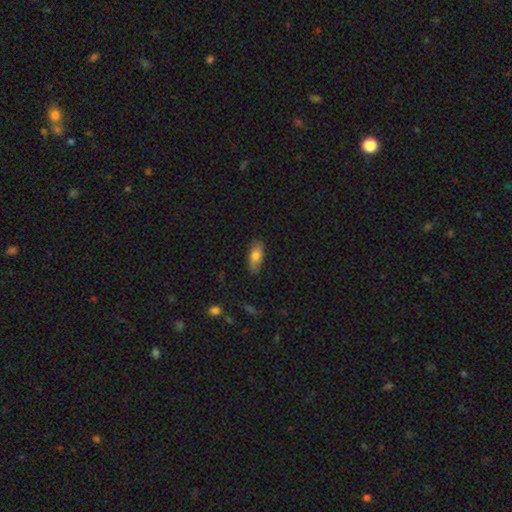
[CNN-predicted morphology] Smooth or featured?
  - smooth: 76% *
  - featured or disk: 17%
  - star or artifact: 7%
How rounded?
  - in between: 86% *
  - cigar-shaped: 10%
  - round: 3%
Merging?
  - none: 83% *
  - minor disturbance: 13%
  - major disturbance: 2%
  - merger: 1%